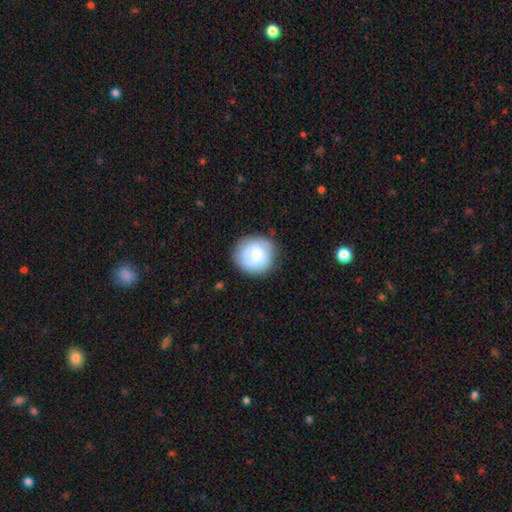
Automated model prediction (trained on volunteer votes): This appears to be a smooth galaxy with no disk features (73%) that is round (92%). Merging: none (84%).